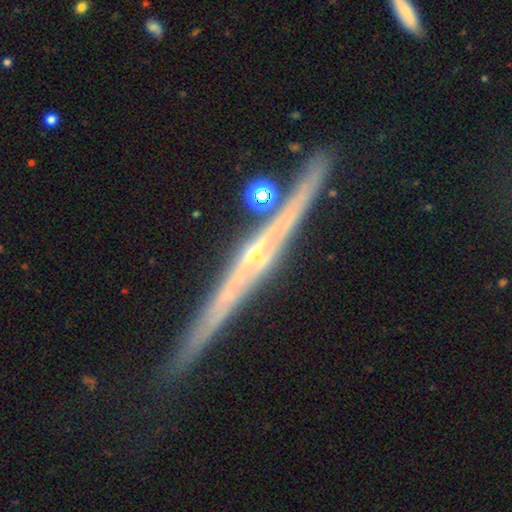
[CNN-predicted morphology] smooth-or-featured: featured or disk: 86% | smooth: 8% | star or artifact: 7%
  disk-edge-on: yes: 98% | no: 2%
    edge-on-bulge: rounded: 75% | none: 19% | boxy: 6%
  merging: none: 82% | minor disturbance: 11% | merger: 4% | major disturbance: 2%